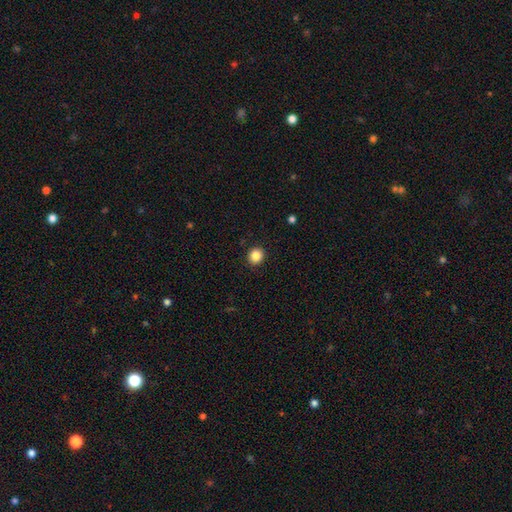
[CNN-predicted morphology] The model was most divided on "how rounded": round: 86%, in between: 13%, cigar-shaped: 1%. More confident: merging — none (92%); smooth or featured — smooth (86%).